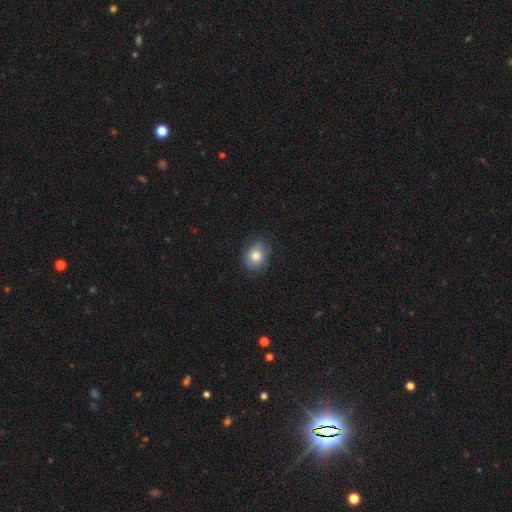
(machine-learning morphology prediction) This is clearly a smooth galaxy (81%). How rounded: possibly round (53%). Merging: likely none (77%).